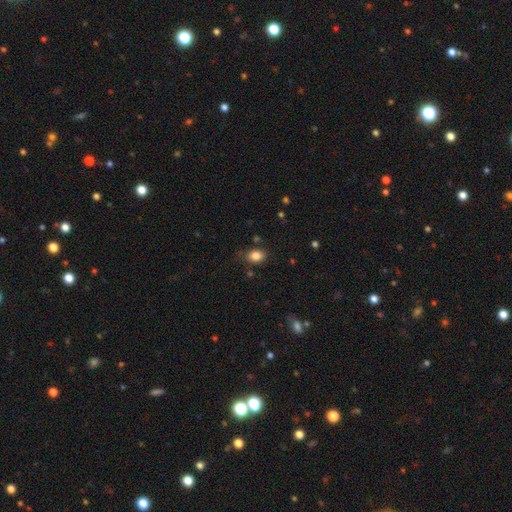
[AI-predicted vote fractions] Smooth or featured? Predicted: smooth (p=0.84). How rounded? Predicted: in between (p=0.74). Merging? Predicted: none (p=0.77).